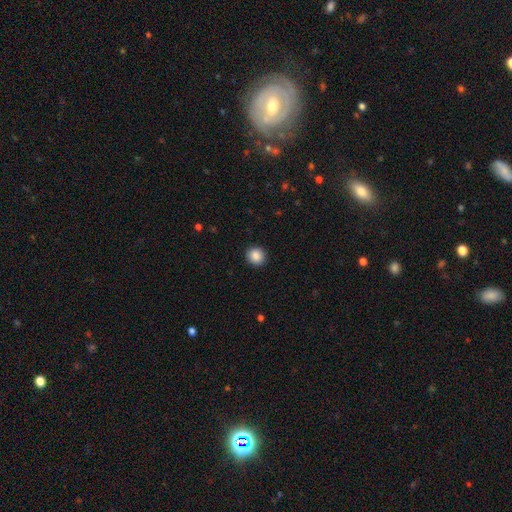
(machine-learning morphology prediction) This appears to be a smooth galaxy with no disk features (88%) that is round (91%). Merging: none (92%).